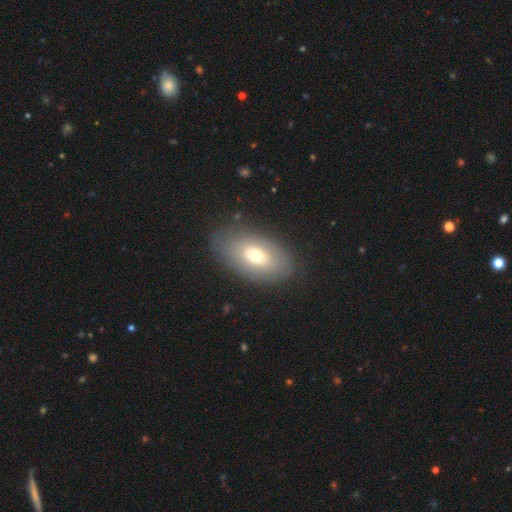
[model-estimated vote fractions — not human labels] This appears to be a smooth galaxy with no disk features (57%) that is in between round and cigar-shaped (90%). Merging: none (79%).